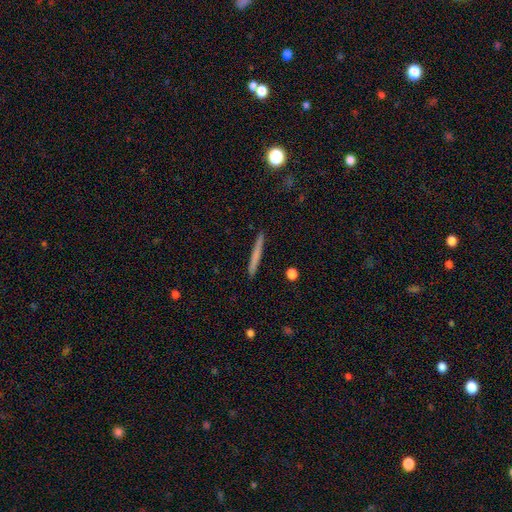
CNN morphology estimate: smooth_or_featured: smooth (p=0.66) [alt: featured or disk p=0.28]
how_rounded: cigar-shaped (p=0.96) [alt: in between p=0.02]
merging: none (p=0.92) [alt: minor disturbance p=0.06]